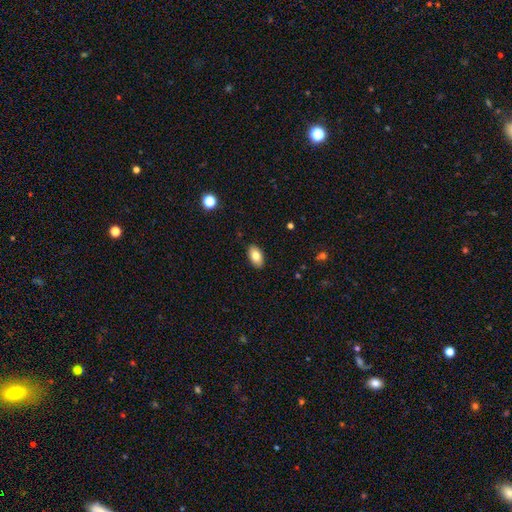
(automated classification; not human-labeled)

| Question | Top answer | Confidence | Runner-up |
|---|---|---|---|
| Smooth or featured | smooth | 80% | featured or disk (13%) |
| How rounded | in between | 94% | round (4%) |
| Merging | none | 88% | minor disturbance (9%) |